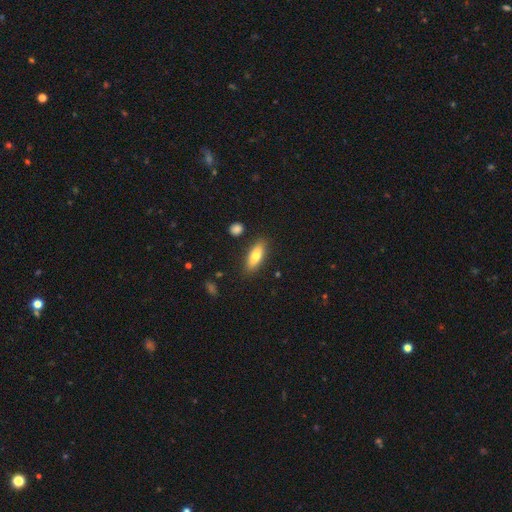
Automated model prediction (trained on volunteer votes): Smooth or featured? smooth (74%)
How rounded? in between (70%)
Merging? none (85%)